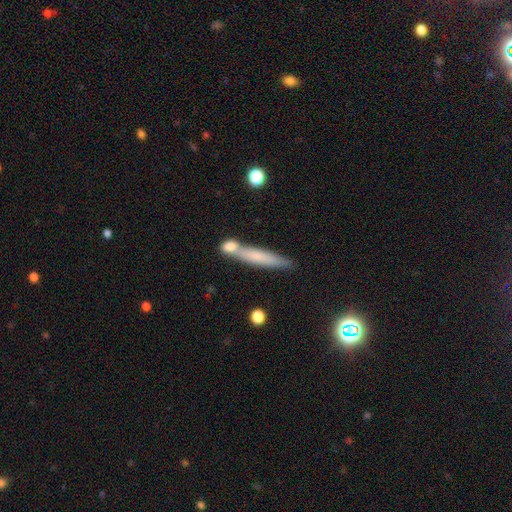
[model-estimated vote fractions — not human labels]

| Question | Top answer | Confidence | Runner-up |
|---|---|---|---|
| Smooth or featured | smooth | 59% | featured or disk (31%) |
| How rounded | cigar-shaped | 91% | in between (7%) |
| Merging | none | 64% | merger (19%) |